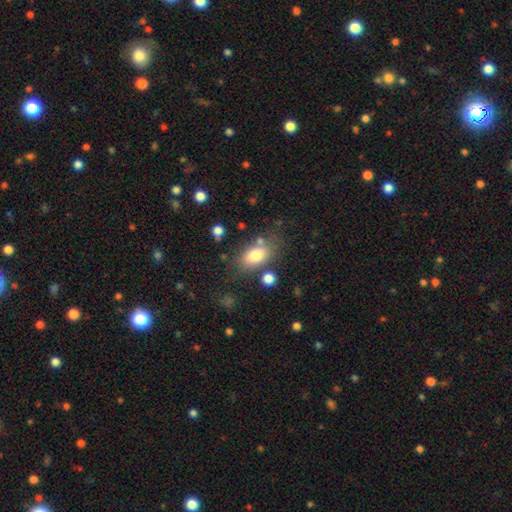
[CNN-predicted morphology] Overall: smooth (79%). How rounded: in between (86%). Merging: none (68%).